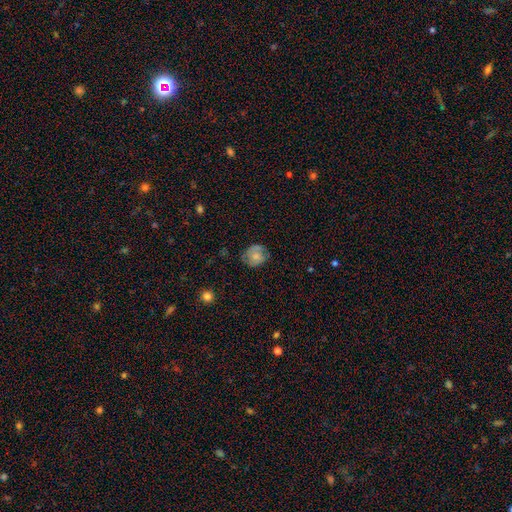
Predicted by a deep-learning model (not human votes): This appears to be a smooth galaxy with no disk features (56%) that is round (71%). Merging: none (63%).